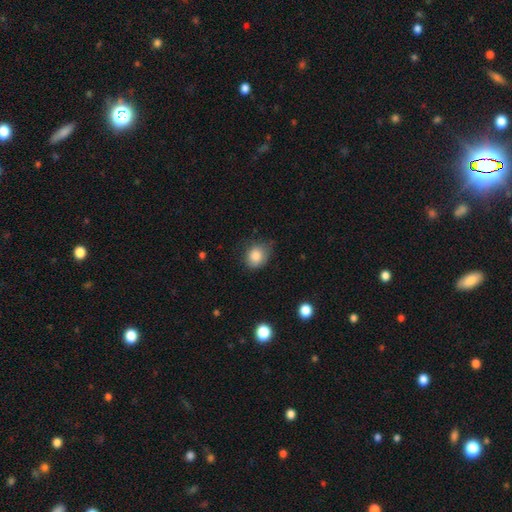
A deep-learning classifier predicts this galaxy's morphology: Smooth or featured?
  - smooth: 84% *
  - star or artifact: 9%
  - featured or disk: 7%
How rounded?
  - round: 57% *
  - in between: 42%
  - cigar-shaped: 1%
Merging?
  - none: 57% *
  - minor disturbance: 33%
  - major disturbance: 8%
  - merger: 2%